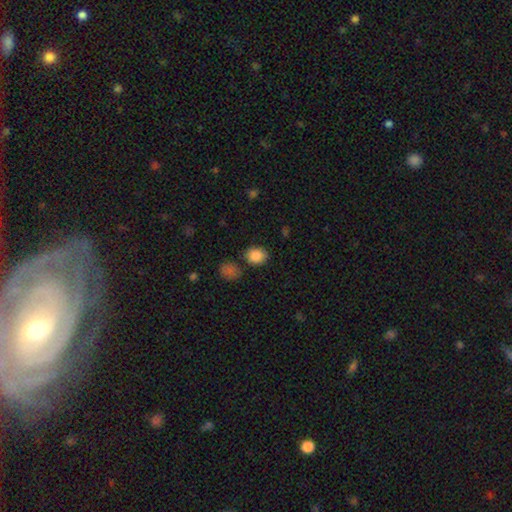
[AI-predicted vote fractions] Overall: smooth (86%). How rounded: round (59%; in between 40%). Merging: none (78%).